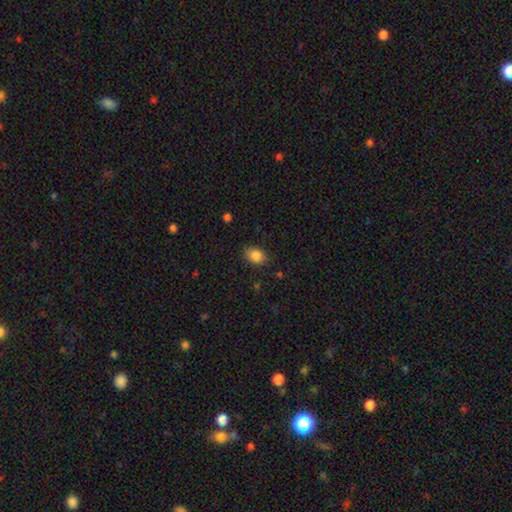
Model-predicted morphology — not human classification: Smooth or featured? Predicted: smooth (p=0.86). How rounded? Predicted: in between (p=0.77). Merging? Predicted: none (p=0.81).